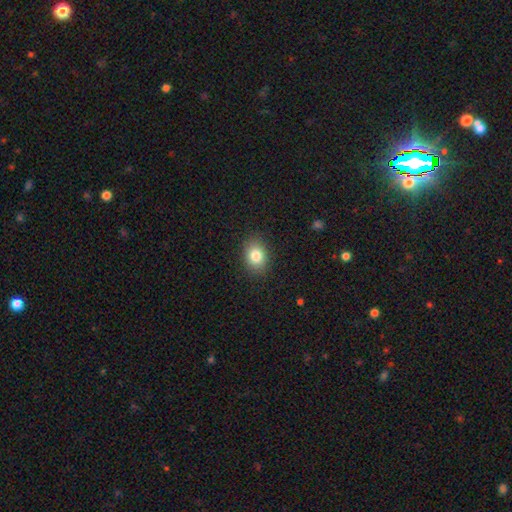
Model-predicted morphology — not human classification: Smooth or featured: smooth — 82% (star or artifact — 10%)
How rounded: in between — 63% (round — 36%)
Merging: none — 87% (minor disturbance — 9%)